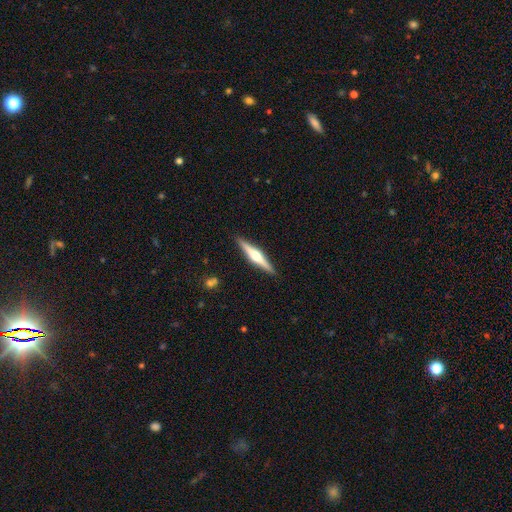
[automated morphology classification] The model was most divided on "smooth or featured": featured or disk: 73%, smooth: 23%, star or artifact: 5%. More confident: edge-on disk — yes (98%); edge-on bulge — rounded (92%); merging — none (91%).